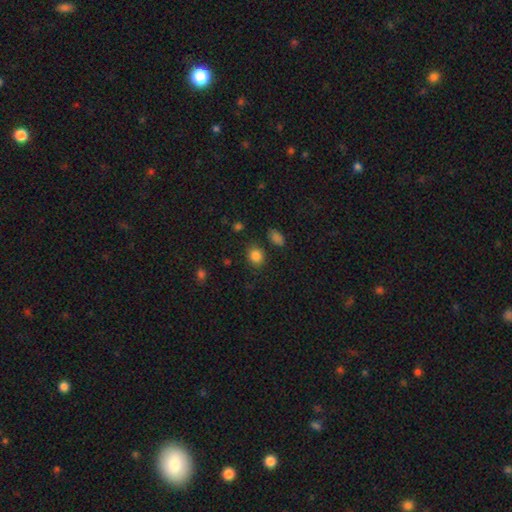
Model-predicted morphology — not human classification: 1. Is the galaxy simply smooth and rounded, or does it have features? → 85% smooth, 11% star or artifact, 4% featured or disk.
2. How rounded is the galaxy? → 63% round, 36% in between, 1% cigar-shaped.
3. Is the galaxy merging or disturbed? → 82% none, 11% minor disturbance, 4% merger, 3% major disturbance.